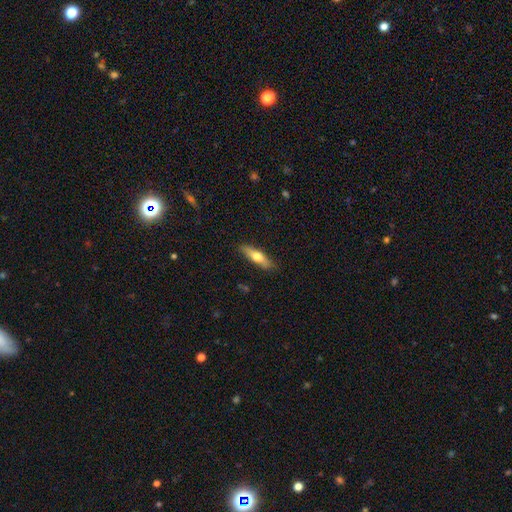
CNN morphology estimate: A smooth galaxy with no disk features (54%) that is cigar-shaped (64%). Merging: none (87%).